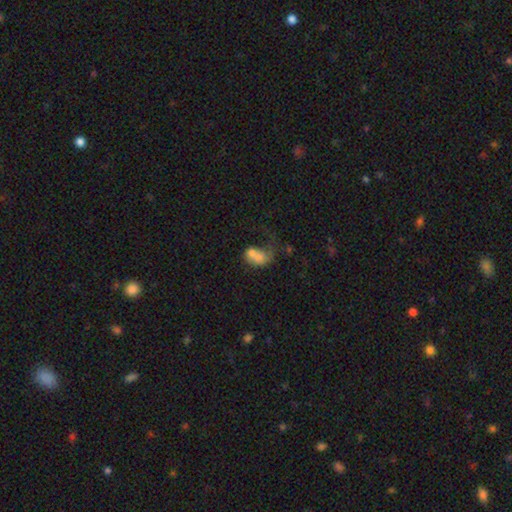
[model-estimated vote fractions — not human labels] A smooth galaxy with no disk features (61%) that is in between round and cigar-shaped (75%). Merging: merger (43%).